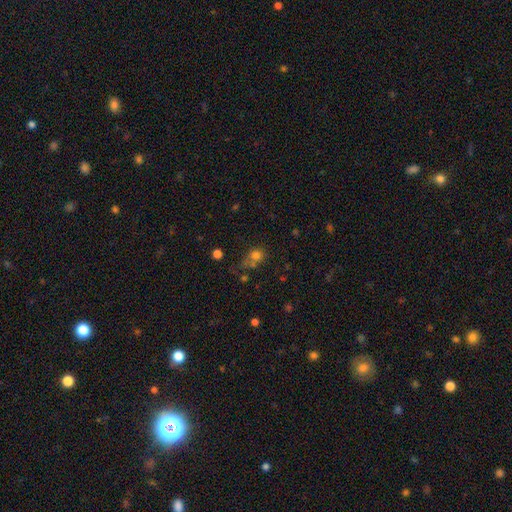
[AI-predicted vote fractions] The model was most divided on "merging": none: 41%, merger: 31%, minor disturbance: 16%, major disturbance: 12%. More confident: how rounded — round (73%); smooth or featured — smooth (72%).